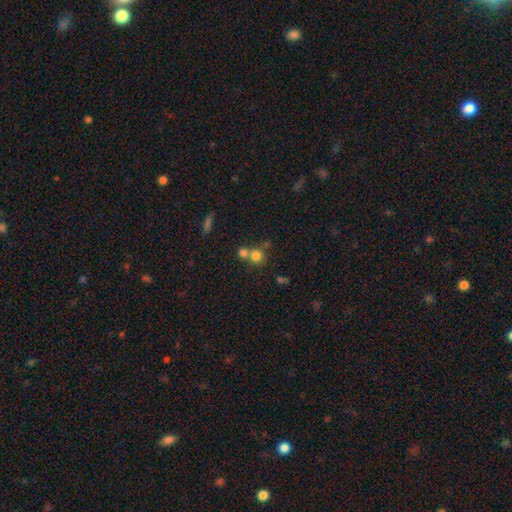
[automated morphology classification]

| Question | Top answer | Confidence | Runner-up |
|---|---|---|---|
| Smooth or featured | smooth | 77% | star or artifact (13%) |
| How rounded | round | 88% | in between (11%) |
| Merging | merger | 46% | none (45%) |